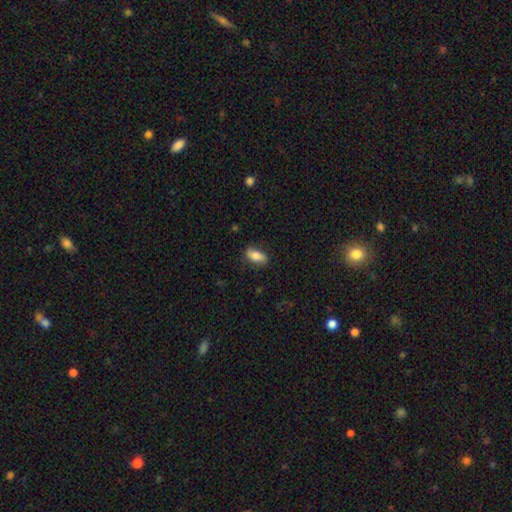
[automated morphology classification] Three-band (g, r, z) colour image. It shows a smooth galaxy with no disk features (78%) that is in between round and cigar-shaped (85%). Merging: none (81%).